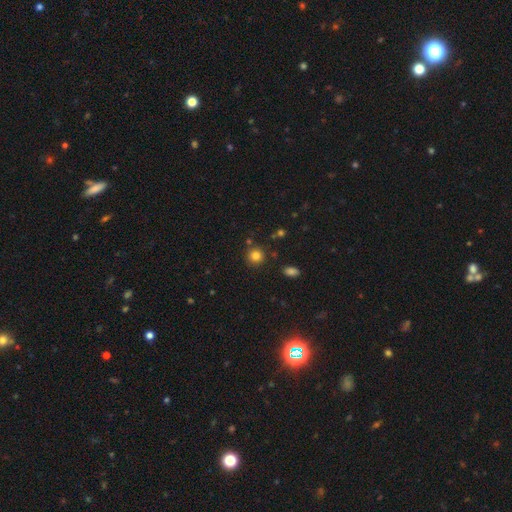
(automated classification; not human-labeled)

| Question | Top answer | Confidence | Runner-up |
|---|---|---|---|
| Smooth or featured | smooth | 82% | star or artifact (12%) |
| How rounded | round | 91% | in between (8%) |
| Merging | none | 84% | minor disturbance (9%) |